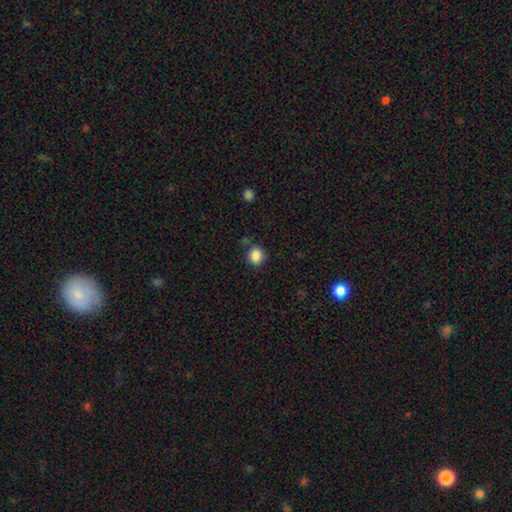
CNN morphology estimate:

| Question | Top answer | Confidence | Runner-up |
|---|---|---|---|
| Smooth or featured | smooth | 86% | star or artifact (10%) |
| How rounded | round | 81% | in between (18%) |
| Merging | none | 79% | minor disturbance (14%) |